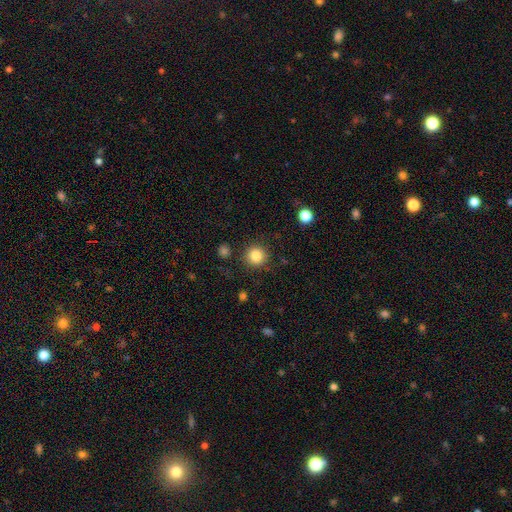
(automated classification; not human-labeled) smooth 84%, star or artifact 11%, featured or disk 5%. Down the decision tree: how rounded — round (94%); merging — none (88%).